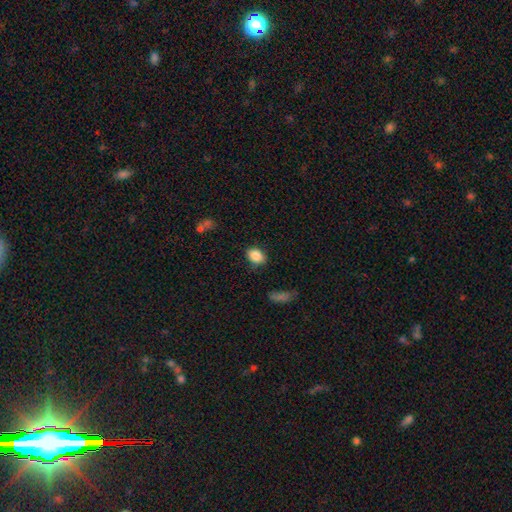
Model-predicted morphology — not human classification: smooth-or-featured: smooth: 87% | star or artifact: 8% | featured or disk: 5%
  how-rounded: in between: 74% | round: 25% | cigar-shaped: 1%
  merging: none: 80% | minor disturbance: 14% | major disturbance: 4% | merger: 2%